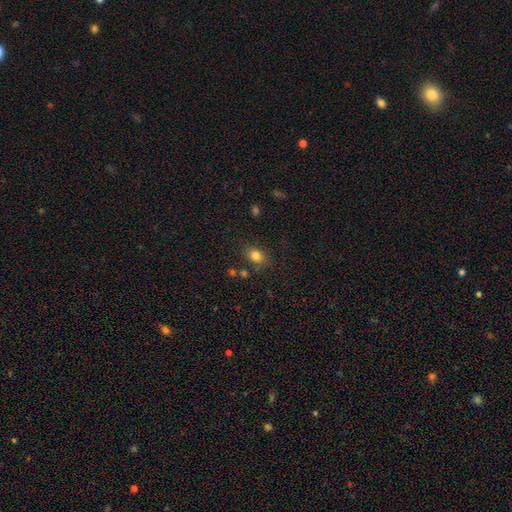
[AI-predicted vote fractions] The model was most divided on "how rounded": in between: 53%, round: 46%, cigar-shaped: 1%. More confident: smooth or featured — smooth (81%); merging — none (75%).